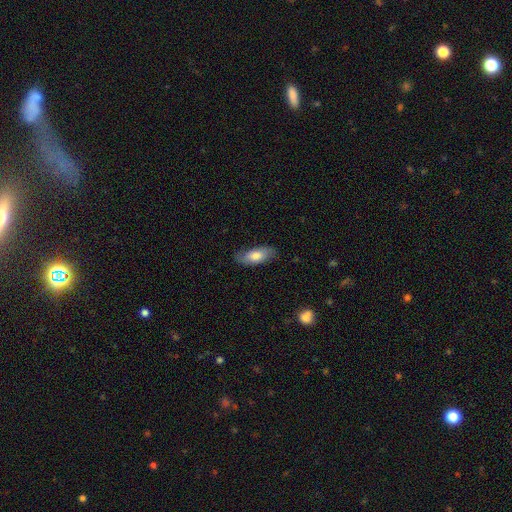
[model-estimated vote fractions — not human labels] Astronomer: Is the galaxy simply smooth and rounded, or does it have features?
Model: smooth — 75%.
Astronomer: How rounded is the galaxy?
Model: in between — 80%.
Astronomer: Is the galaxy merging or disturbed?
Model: none — 80%.